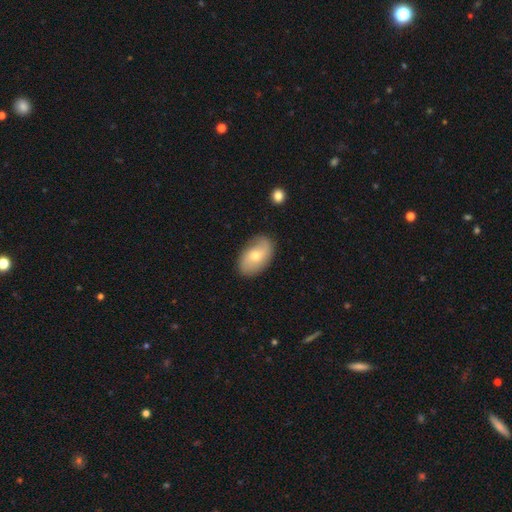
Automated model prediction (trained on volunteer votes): Smooth or featured? Predicted: smooth (p=0.52). How rounded? Predicted: in between (p=0.90). Merging? Predicted: none (p=0.80).